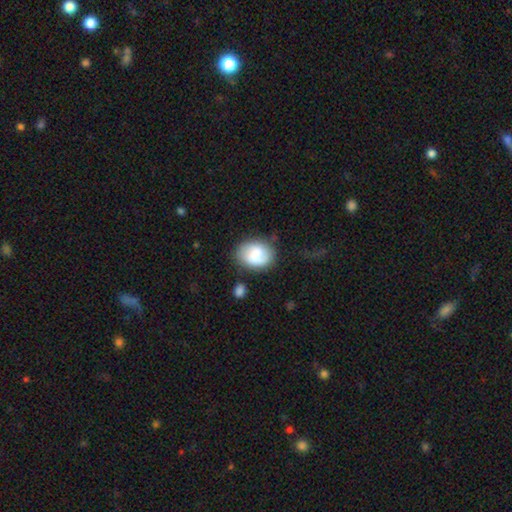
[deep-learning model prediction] This is likely a smooth galaxy (71%). How rounded: possibly in between (60%). Merging: likely none (65%).